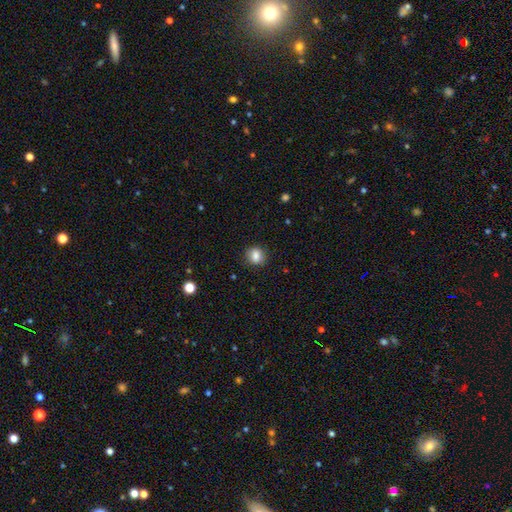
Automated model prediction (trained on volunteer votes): Smooth or featured? smooth (84%)
How rounded? round (69%)
Merging? none (86%)